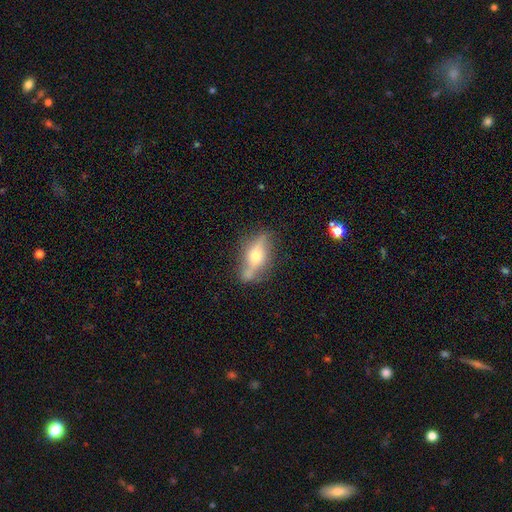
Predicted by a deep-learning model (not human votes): A featured or disk galaxy (61%) viewed edge-on (72%). Merging: none (68%).